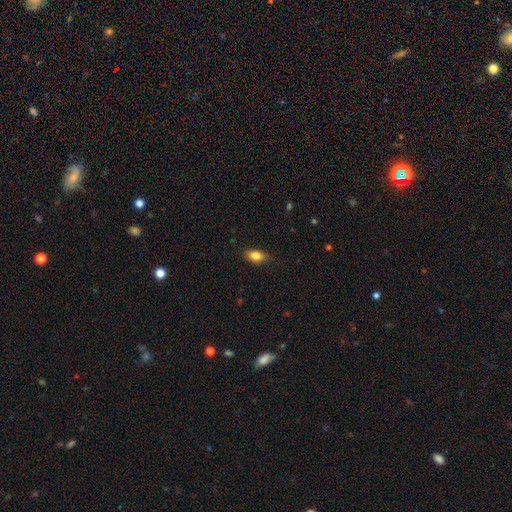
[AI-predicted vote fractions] This appears to be a smooth galaxy with no disk features (82%) that is in between round and cigar-shaped (85%). Merging: none (83%).